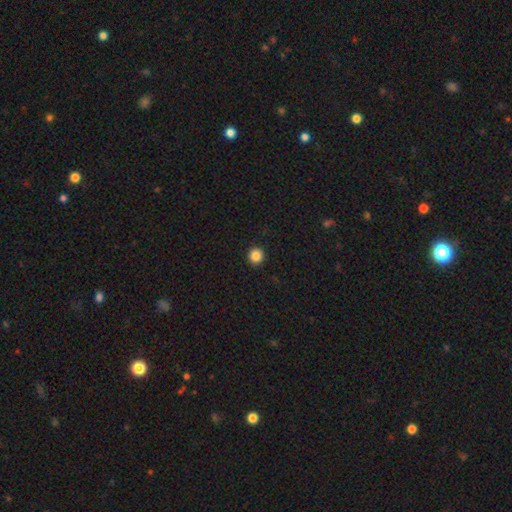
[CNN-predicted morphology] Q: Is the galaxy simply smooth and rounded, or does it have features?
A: smooth — 86%.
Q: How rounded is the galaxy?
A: round — 93%.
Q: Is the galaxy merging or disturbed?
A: none — 93%.